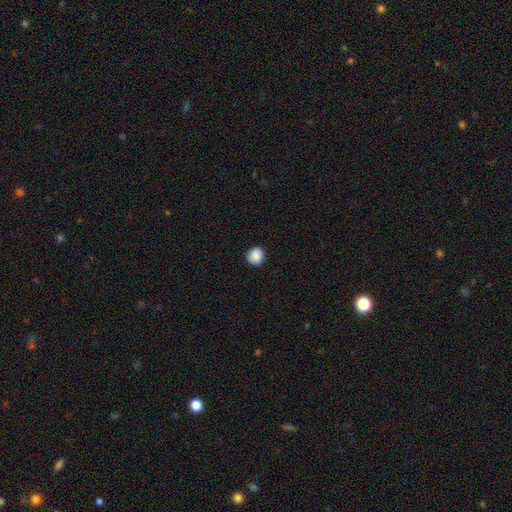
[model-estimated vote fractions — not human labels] Smooth or featured? Predicted: smooth (p=0.89). How rounded? Predicted: round (p=0.91). Merging? Predicted: none (p=0.89).